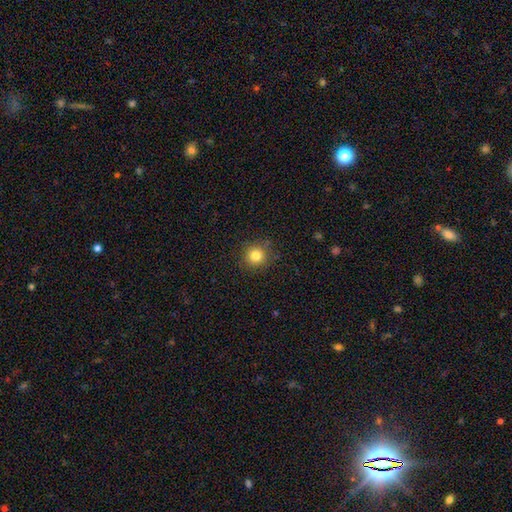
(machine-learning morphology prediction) Overall: smooth (82%). How rounded: round (93%). Merging: none (87%).